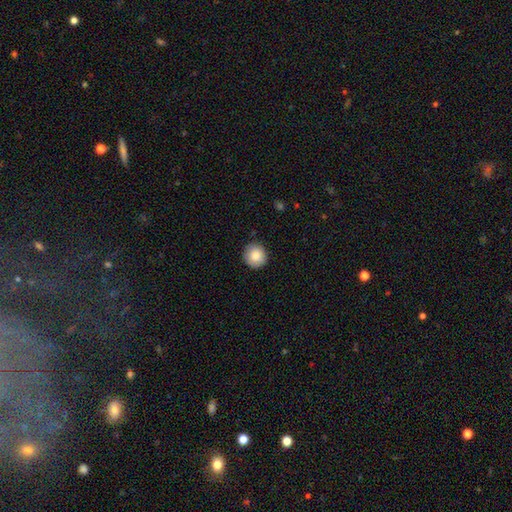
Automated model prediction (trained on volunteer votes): Smooth or featured: smooth — 85% (star or artifact — 8%)
How rounded: round — 92% (in between — 7%)
Merging: none — 89% (minor disturbance — 8%)